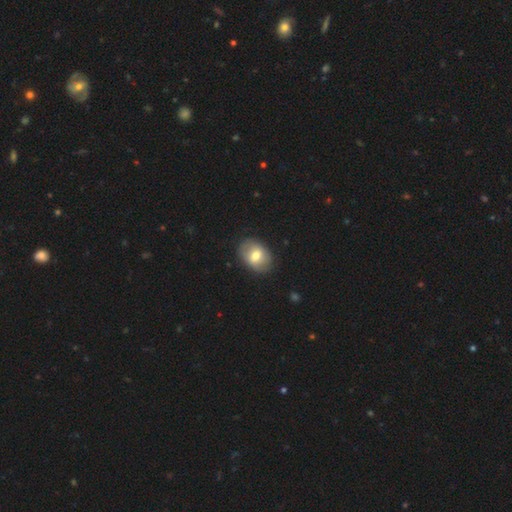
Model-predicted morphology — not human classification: Smooth or featured? Predicted: smooth (p=0.63). How rounded? Predicted: in between (p=0.73). Merging? Predicted: none (p=0.82).